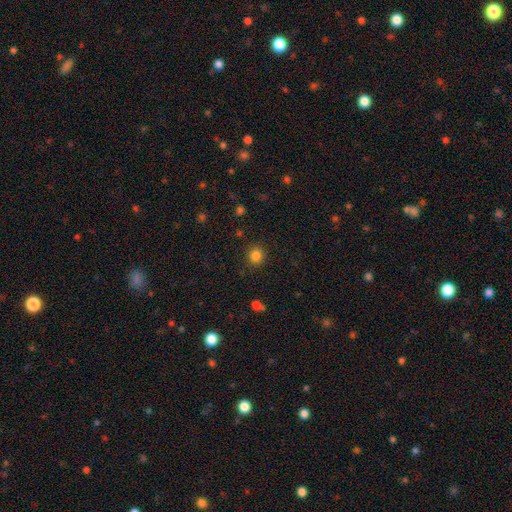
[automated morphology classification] Q: Smooth or featured?
A: smooth (83%); runner-up: star or artifact (13%)
Q: How rounded?
A: round (87%); runner-up: in between (12%)
Q: Merging?
A: none (89%); runner-up: minor disturbance (7%)